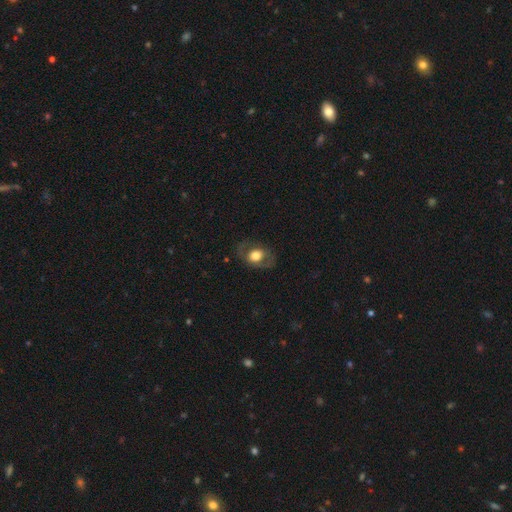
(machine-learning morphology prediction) Smooth or featured? smooth (56%)
How rounded? in between (64%)
Merging? none (71%)